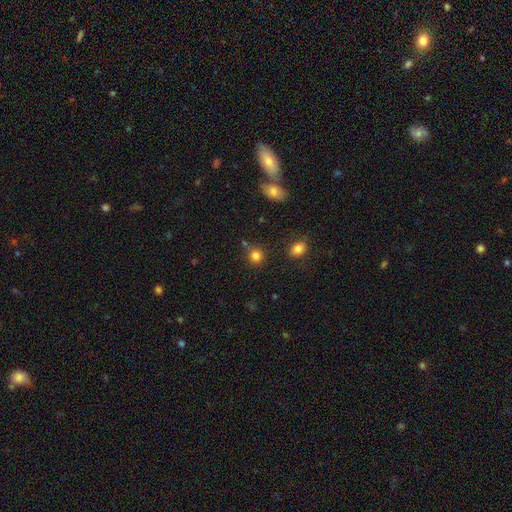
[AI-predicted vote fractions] The model was most divided on "merging": none: 76%, minor disturbance: 12%, merger: 8%, major disturbance: 4%. More confident: how rounded — round (87%); smooth or featured — smooth (82%).